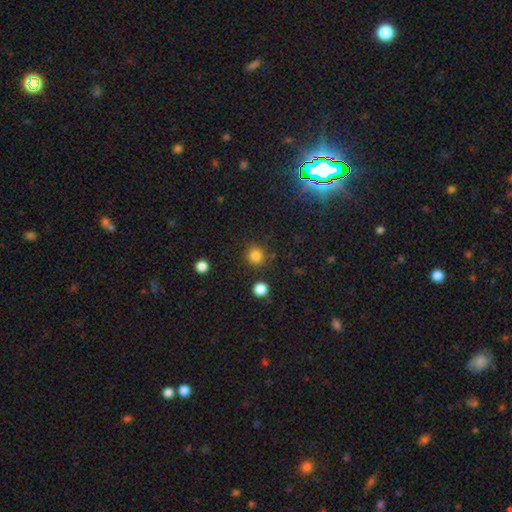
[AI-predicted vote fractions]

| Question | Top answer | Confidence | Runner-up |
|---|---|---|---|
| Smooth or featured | smooth | 82% | star or artifact (14%) |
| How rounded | round | 93% | in between (6%) |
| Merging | none | 86% | minor disturbance (8%) |